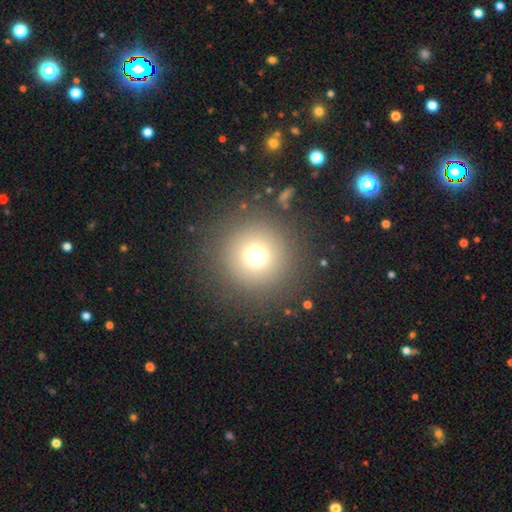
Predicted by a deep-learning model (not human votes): Q: Smooth or featured?
A: smooth (72%); runner-up: star or artifact (19%)
Q: How rounded?
A: round (96%); runner-up: in between (3%)
Q: Merging?
A: none (88%); runner-up: minor disturbance (6%)